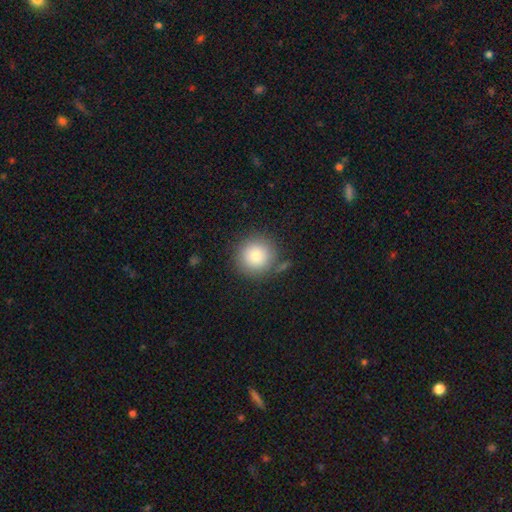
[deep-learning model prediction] Morphology: type=smooth (82%); roundness=round (94%); merging=none (82%).